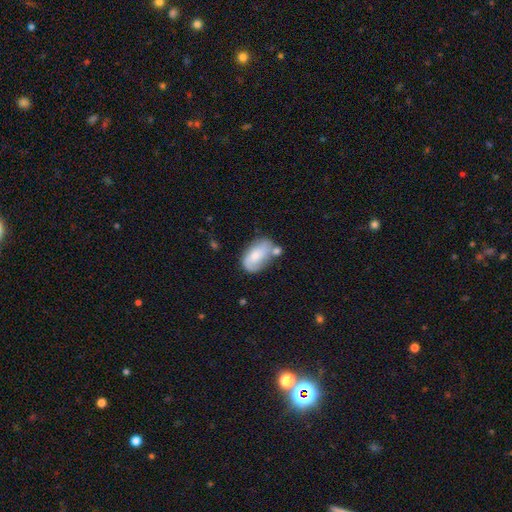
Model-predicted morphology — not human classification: Smooth or featured? smooth (49%)
Merging? none (42%)